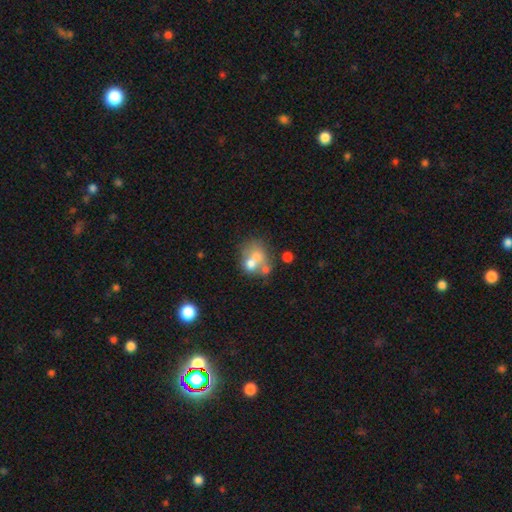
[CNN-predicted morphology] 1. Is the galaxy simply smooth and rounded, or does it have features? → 56% smooth, 31% featured or disk, 13% star or artifact.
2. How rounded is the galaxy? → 56% round, 43% in between, 1% cigar-shaped.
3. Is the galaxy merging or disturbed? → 48% merger, 31% none, 12% minor disturbance, 9% major disturbance.